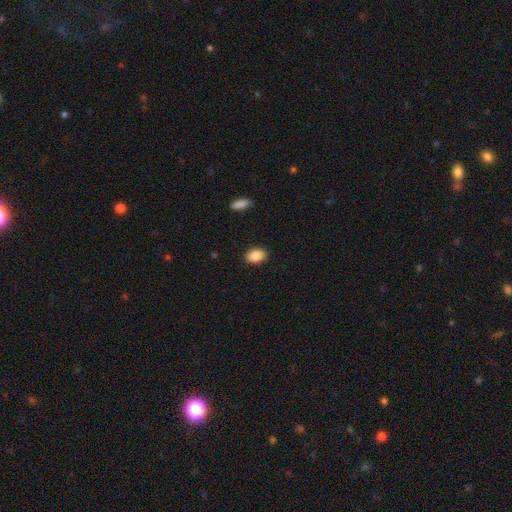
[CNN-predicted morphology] This is clearly a smooth galaxy (88%). How rounded: clearly in between (84%). Merging: clearly none (89%).